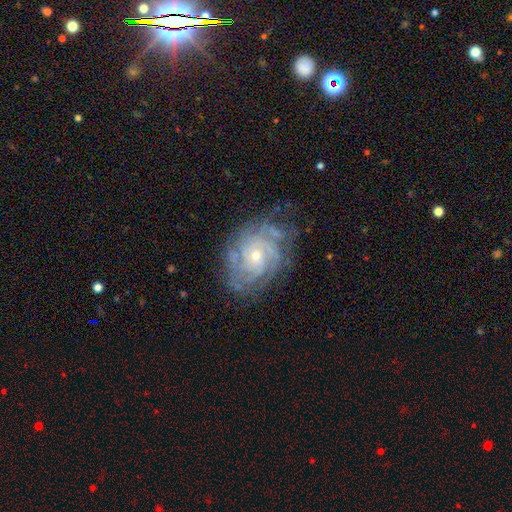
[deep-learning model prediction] The model was most divided on "spiral arm count": can't tell: 32%, 4: 23%, 3: 15%, more than 4: 14%, 2: 10%, 1: 6%. More confident: edge-on disk — no (97%); spiral arms — yes (96%); smooth or featured — featured or disk (86%); bar — no (75%); spiral winding — tight (72%); merging — none (70%); bulge size — small (65%).